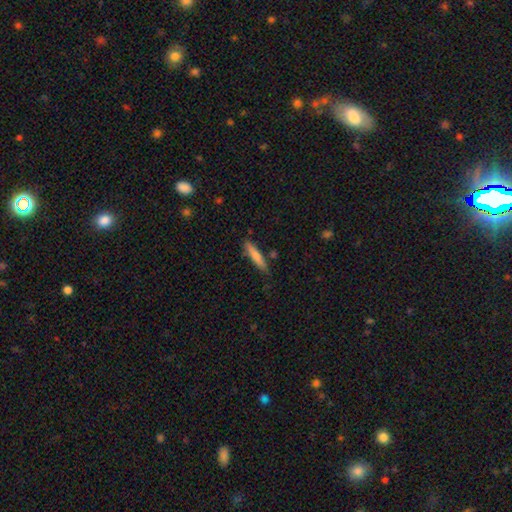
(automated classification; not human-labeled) Smooth or featured? smooth (75%)
How rounded? cigar-shaped (88%)
Merging? none (80%)